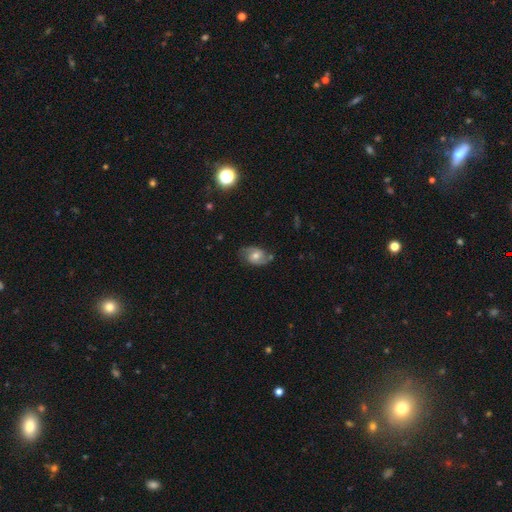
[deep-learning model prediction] Overall: featured or disk (58%; smooth 33%). Edge-on disk: no (96%). Bar: no (60%; weak 34%). Spiral arms: yes (85%). Bulge size: moderate (64%; small 27%). Merging: none (70%).